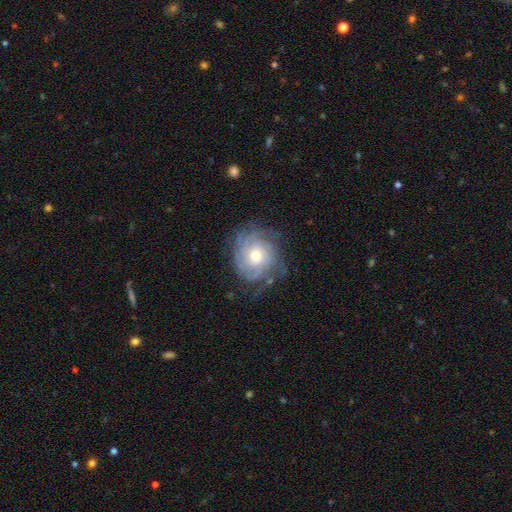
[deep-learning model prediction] The model was most divided on "spiral arm count": can't tell: 44%, 4: 16%, 3: 15%, 2: 10%, more than 4: 9%, 1: 6%. More confident: edge-on disk — no (97%); spiral arms — yes (93%); smooth or featured — featured or disk (79%); bar — no (78%); merging — none (71%); spiral winding — tight (71%); bulge size — moderate (68%).